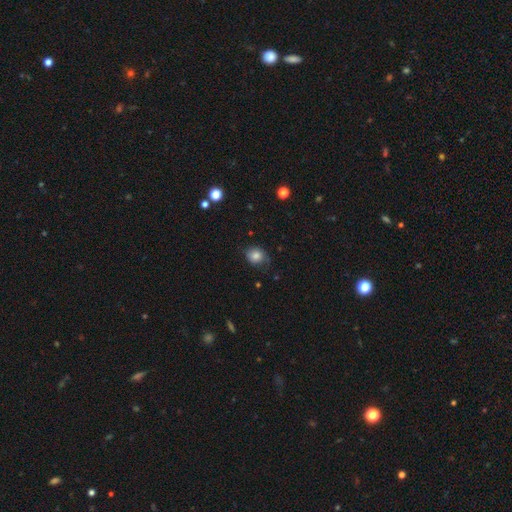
smooth_or_featured: smooth (p=0.78) [alt: featured or disk p=0.11]
how_rounded: round (p=0.72) [alt: in between p=0.28]
merging: none (p=0.64) [alt: major disturbance p=0.24]